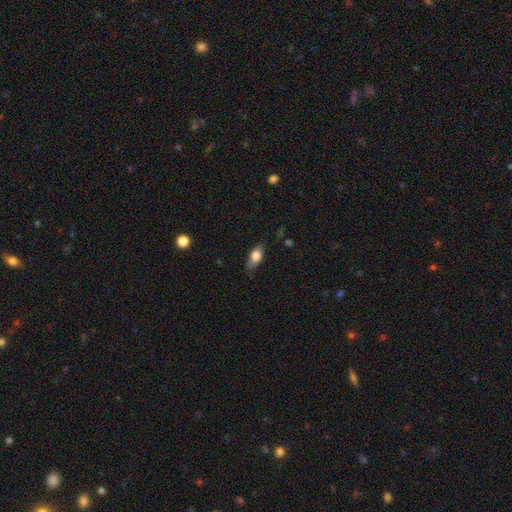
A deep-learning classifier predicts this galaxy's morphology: This is likely a smooth galaxy (72%). How rounded: likely in between (79%). Merging: likely none (69%).